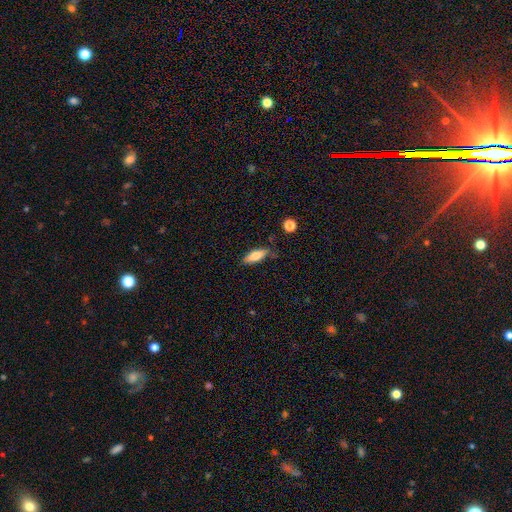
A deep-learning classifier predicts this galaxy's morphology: Q: Smooth or featured?
A: smooth (74%); runner-up: featured or disk (19%)
Q: How rounded?
A: in between (65%); runner-up: cigar-shaped (32%)
Q: Merging?
A: none (70%); runner-up: minor disturbance (22%)